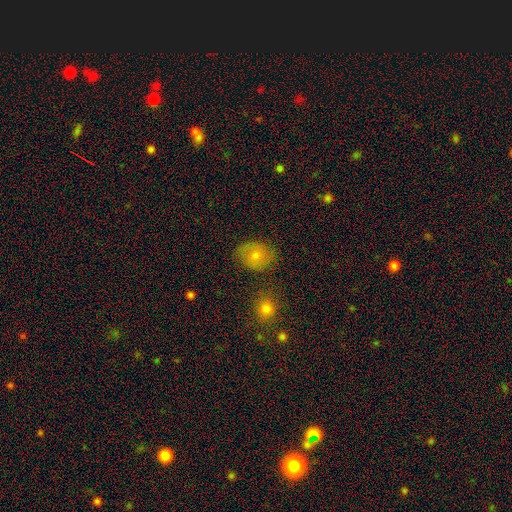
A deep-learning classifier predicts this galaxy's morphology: A smooth galaxy with no disk features (66%) that is in between round and cigar-shaped (52%). Merging: none (78%).